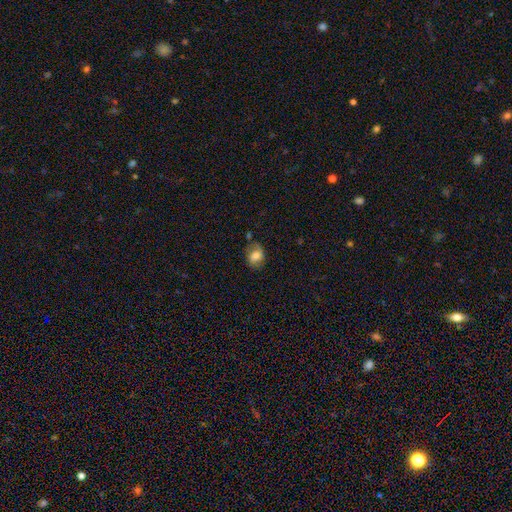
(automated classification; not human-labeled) A smooth galaxy with no disk features (76%) that is in between round and cigar-shaped (56%).

Vote fractions:
- Smooth or featured? smooth: 76% / featured or disk: 14% / star or artifact: 9%
- How rounded? in between: 56% / round: 43% / cigar-shaped: 1%
- Merging? none: 66% / minor disturbance: 23% / major disturbance: 6% / merger: 4%